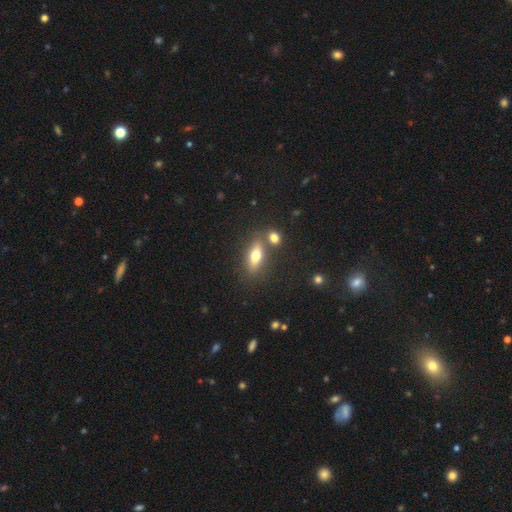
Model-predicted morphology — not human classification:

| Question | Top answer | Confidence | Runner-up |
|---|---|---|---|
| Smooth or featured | smooth | 62% | featured or disk (29%) |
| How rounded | in between | 62% | cigar-shaped (33%) |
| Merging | none | 70% | merger (16%) |